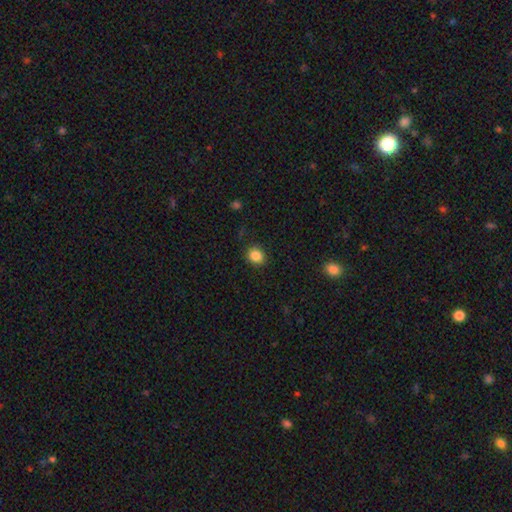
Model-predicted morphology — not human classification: Smooth or featured: smooth — 85% (star or artifact — 10%)
How rounded: round — 73% (in between — 26%)
Merging: none — 89% (minor disturbance — 7%)